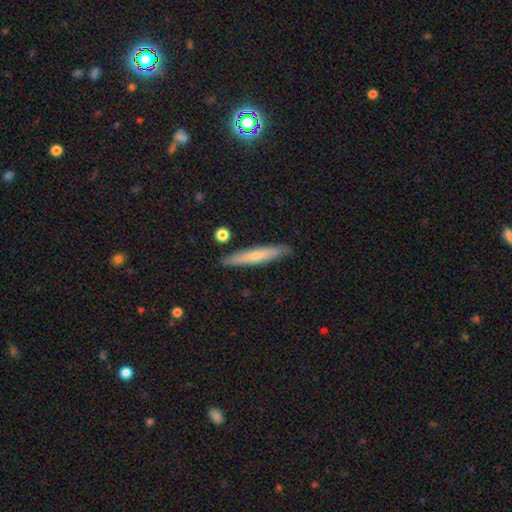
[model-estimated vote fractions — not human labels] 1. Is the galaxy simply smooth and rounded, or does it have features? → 58% smooth, 36% featured or disk, 6% star or artifact.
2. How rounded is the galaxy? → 93% cigar-shaped, 6% in between, 1% round.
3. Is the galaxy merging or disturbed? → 87% none, 9% minor disturbance, 2% merger, 2% major disturbance.